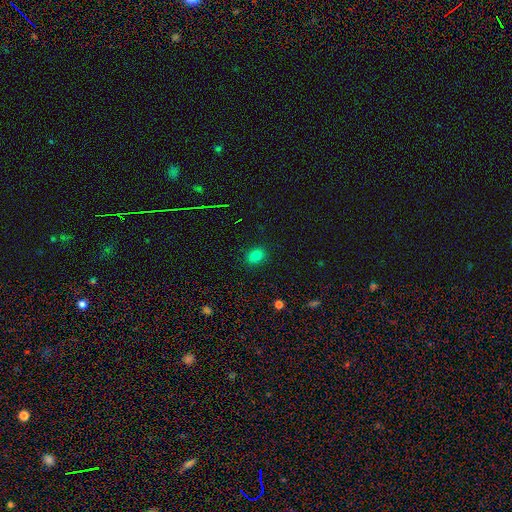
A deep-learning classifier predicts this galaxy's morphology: smooth-or-featured: smooth: 81% | star or artifact: 15% | featured or disk: 4%
  how-rounded: in between: 62% | round: 36% | cigar-shaped: 1%
  merging: none: 87% | minor disturbance: 9% | major disturbance: 3% | merger: 1%